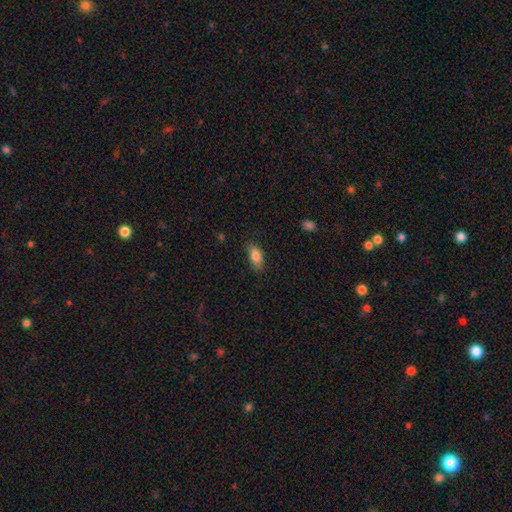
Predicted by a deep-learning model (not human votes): Overall: smooth (85%). How rounded: in between (86%). Merging: none (82%).